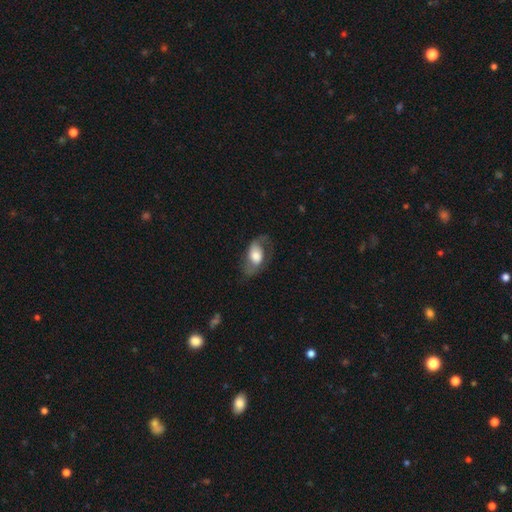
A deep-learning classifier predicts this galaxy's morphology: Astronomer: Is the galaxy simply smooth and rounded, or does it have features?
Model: featured or disk — 50% (runner-up: smooth, 43%).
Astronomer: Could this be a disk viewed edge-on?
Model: no — 91%.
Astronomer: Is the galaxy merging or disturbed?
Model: none — 54%.